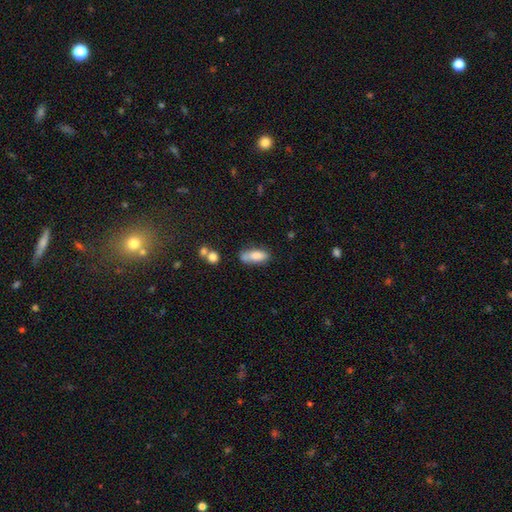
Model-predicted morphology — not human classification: Smooth or featured?
  - smooth: 81% *
  - featured or disk: 11%
  - star or artifact: 8%
How rounded?
  - in between: 82% *
  - cigar-shaped: 15%
  - round: 3%
Merging?
  - none: 50% *
  - minor disturbance: 24%
  - merger: 18%
  - major disturbance: 8%